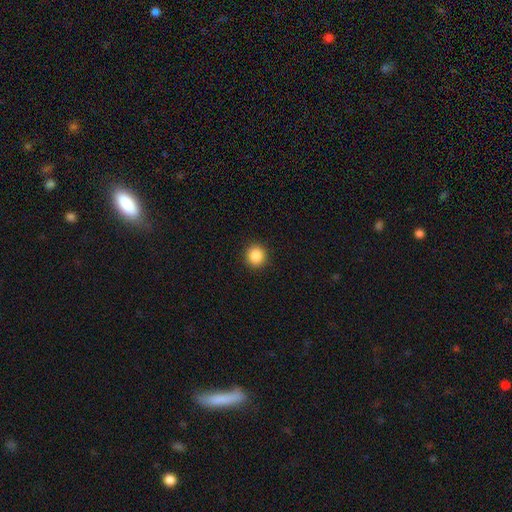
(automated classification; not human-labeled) smooth 88%, star or artifact 9%, featured or disk 3%. Down the decision tree: how rounded — round (93%); merging — none (92%).